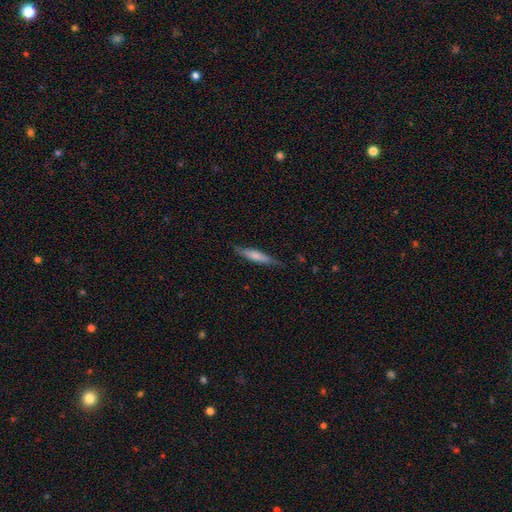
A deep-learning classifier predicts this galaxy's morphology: A smooth galaxy with no disk features (61%) that is cigar-shaped (87%). Merging: none (81%).